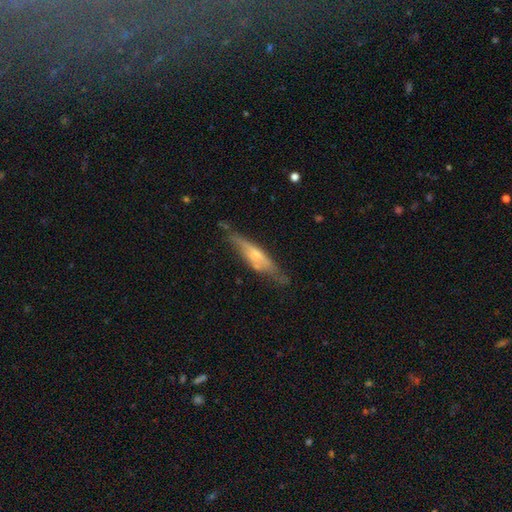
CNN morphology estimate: Overall: featured or disk (54%; smooth 40%). Edge-on disk: yes (83%). Merging: none (64%).